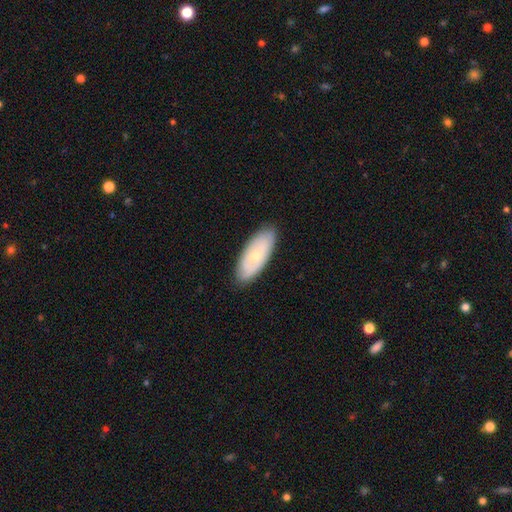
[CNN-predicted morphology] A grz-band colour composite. It shows a smooth galaxy with no disk features (51%) that is in between round and cigar-shaped (82%). Merging: none (85%).